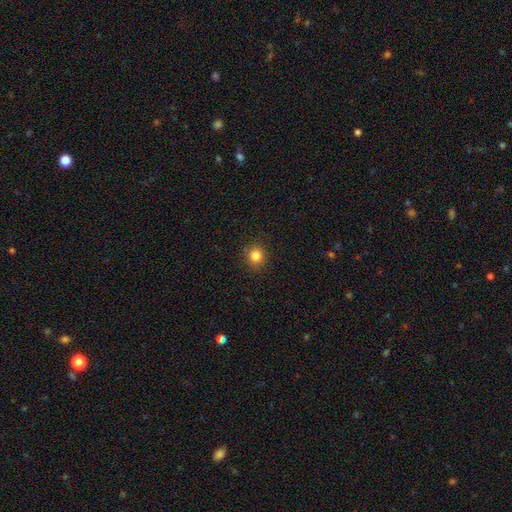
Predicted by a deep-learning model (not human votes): Q: Smooth or featured?
A: smooth (83%); runner-up: star or artifact (12%)
Q: How rounded?
A: round (88%); runner-up: in between (11%)
Q: Merging?
A: none (89%); runner-up: minor disturbance (7%)